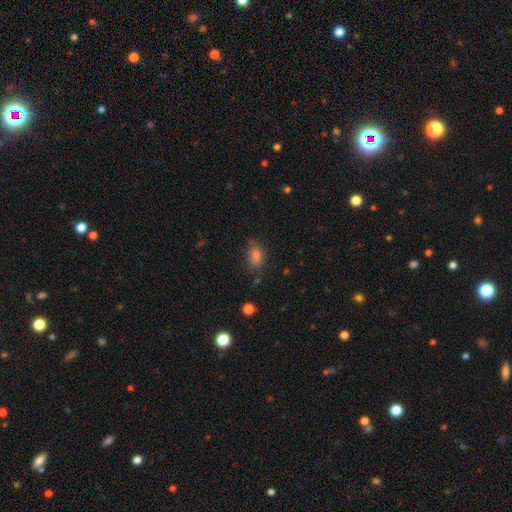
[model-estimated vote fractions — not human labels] The model was most divided on "merging": none: 71%, minor disturbance: 21%, major disturbance: 6%, merger: 3%. More confident: how rounded — in between (81%); smooth or featured — smooth (75%).